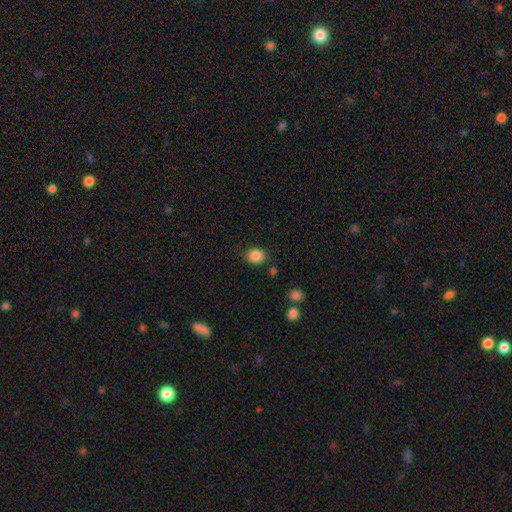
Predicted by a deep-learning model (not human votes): This is clearly a smooth galaxy (86%). How rounded: likely round (75%). Merging: clearly none (83%).